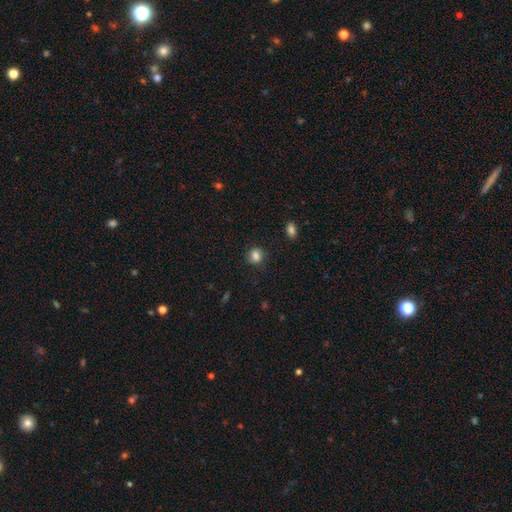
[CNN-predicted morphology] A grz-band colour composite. It shows a smooth galaxy with no disk features (84%) that is round (71%). Merging: none (82%).